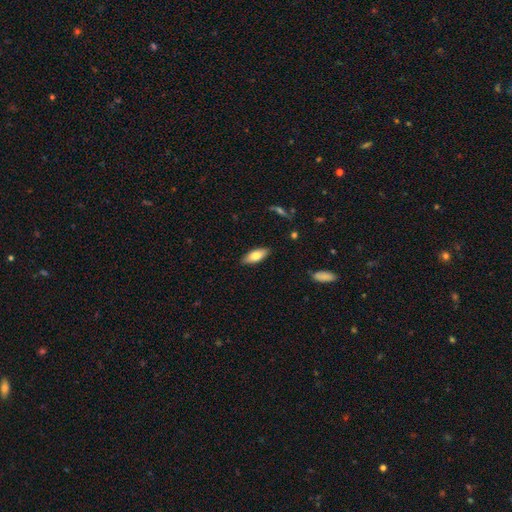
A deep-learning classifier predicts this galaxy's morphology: smooth-or-featured: smooth: 74% | featured or disk: 20% | star or artifact: 6%
  how-rounded: in between: 79% | cigar-shaped: 19% | round: 2%
  merging: none: 86% | minor disturbance: 10% | major disturbance: 2% | merger: 1%